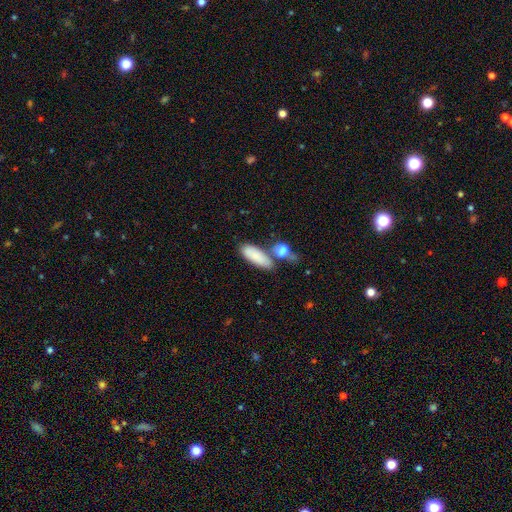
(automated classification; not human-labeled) Q: Smooth or featured?
A: smooth (83%); runner-up: featured or disk (10%)
Q: How rounded?
A: in between (73%); runner-up: cigar-shaped (24%)
Q: Merging?
A: none (52%); runner-up: merger (28%)